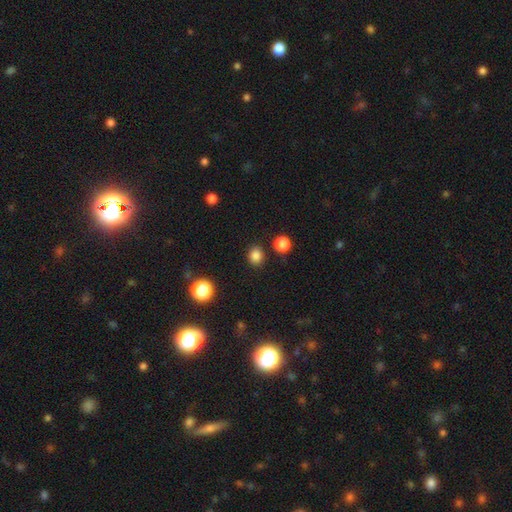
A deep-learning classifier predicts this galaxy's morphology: Smooth or featured: smooth — 84% (star or artifact — 13%)
How rounded: round — 76% (in between — 23%)
Merging: none — 88% (minor disturbance — 7%)